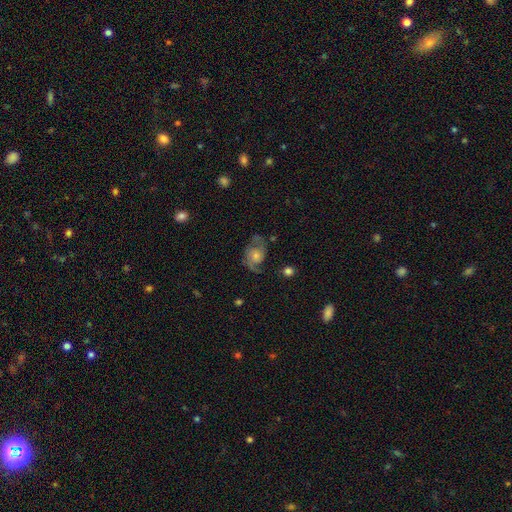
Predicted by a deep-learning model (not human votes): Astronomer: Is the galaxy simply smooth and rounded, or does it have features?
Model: featured or disk — 75%.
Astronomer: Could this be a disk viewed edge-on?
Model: no — 97%.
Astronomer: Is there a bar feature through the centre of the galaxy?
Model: no — 72%.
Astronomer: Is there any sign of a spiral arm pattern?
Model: yes — 92%.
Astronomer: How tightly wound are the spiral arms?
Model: medium — 49% (runner-up: loose, 29%).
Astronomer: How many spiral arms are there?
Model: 2 — 82%.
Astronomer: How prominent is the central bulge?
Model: moderate — 50% (runner-up: small, 35%).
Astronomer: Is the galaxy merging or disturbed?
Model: none — 67%.